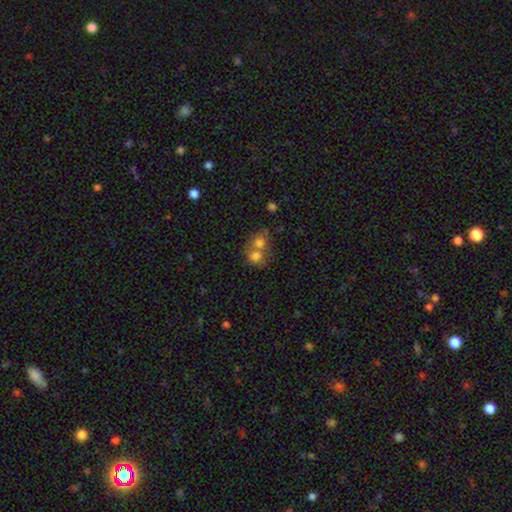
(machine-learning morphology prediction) This appears to be a smooth galaxy with no disk features (73%) that is round (69%). Merging: merger (67%).